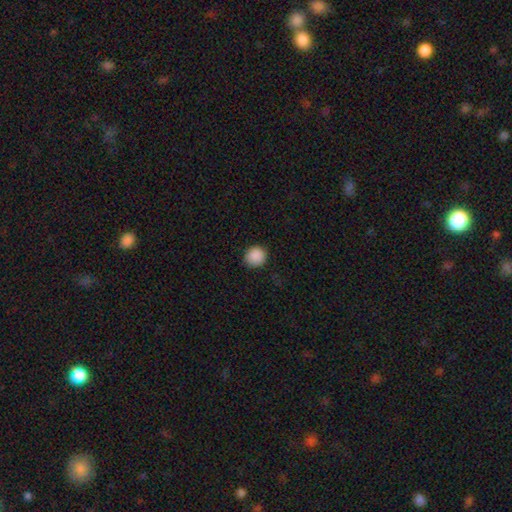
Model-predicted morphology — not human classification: type=smooth (89%); roundness=round (88%); merging=none (88%).